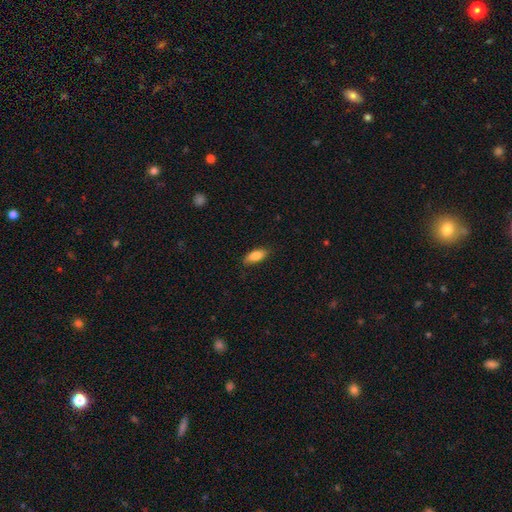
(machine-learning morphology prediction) Smooth or featured: smooth — 81% (featured or disk — 12%)
How rounded: in between — 81% (cigar-shaped — 17%)
Merging: none — 84% (minor disturbance — 13%)